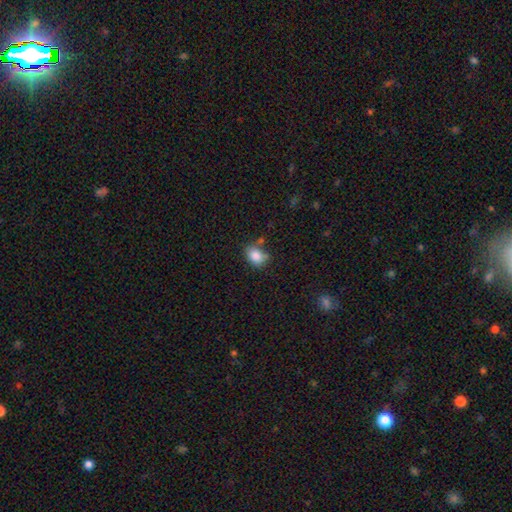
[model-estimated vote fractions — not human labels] This is clearly a smooth galaxy (84%). How rounded: likely in between (66%). Merging: possibly none (59%).